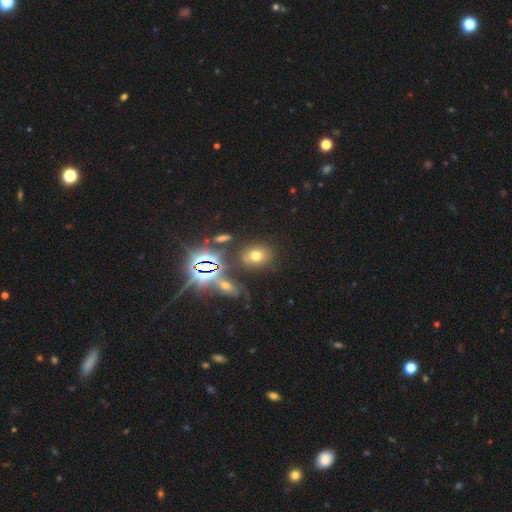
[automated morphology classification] This is possibly a smooth galaxy (56%). How rounded: possibly in between (55%). Merging: likely none (75%).